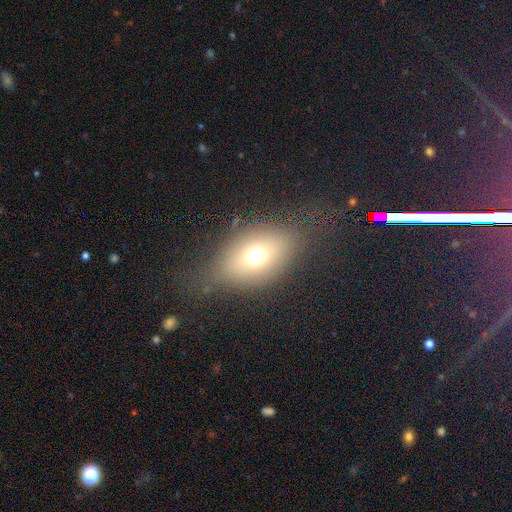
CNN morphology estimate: A smooth galaxy with no disk features (66%) that is in between round and cigar-shaped (74%).

Vote fractions:
- Smooth or featured? smooth: 66% / featured or disk: 20% / star or artifact: 14%
- How rounded? in between: 74% / round: 22% / cigar-shaped: 3%
- Merging? none: 70% / minor disturbance: 17% / major disturbance: 11% / merger: 2%